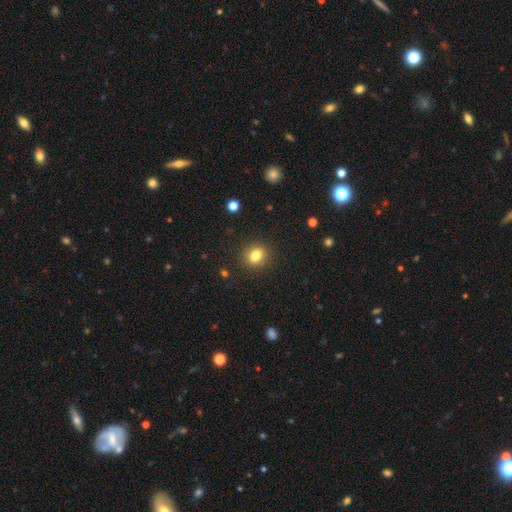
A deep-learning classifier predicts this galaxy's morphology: type=smooth (82%); roundness=round (68%); merging=none (89%).